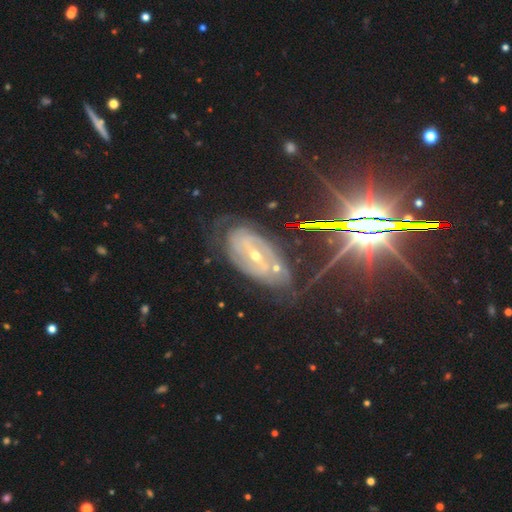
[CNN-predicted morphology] type=featured or disk (76%); edge-on=no (91%); bar=strong (40%); spiral arms=yes (90%); winding=tight (59%); arm count=2 (49%); bulge=small (58%); merging=none (69%).